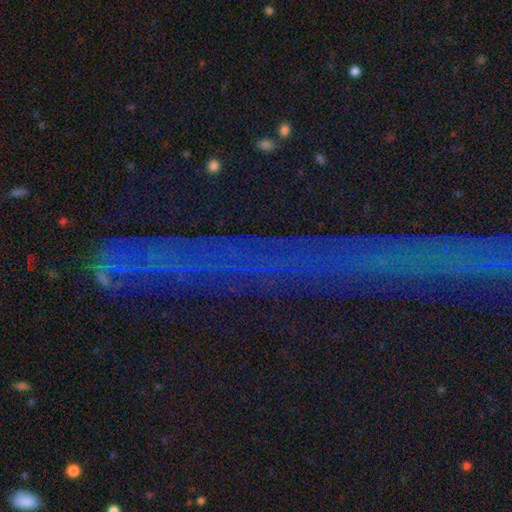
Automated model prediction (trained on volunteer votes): star or artifact 77%, featured or disk 13%, smooth 10%.